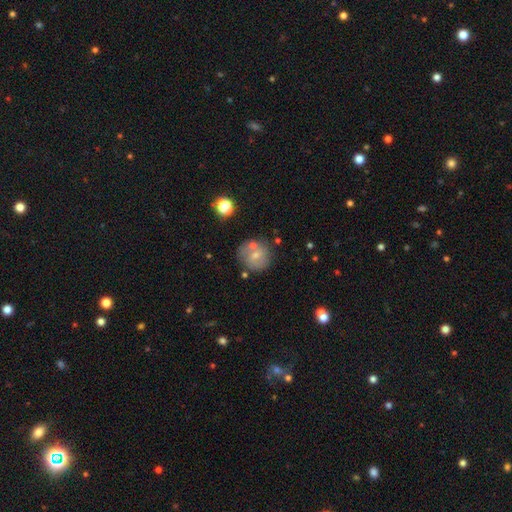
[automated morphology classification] This appears to be a smooth galaxy with no disk features (56%) that is round (89%). Merging: none (63%).